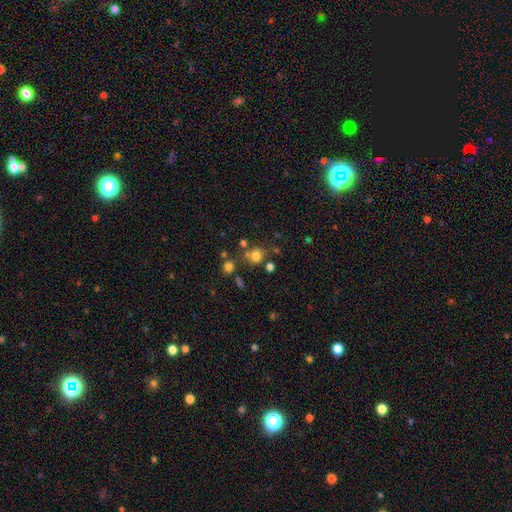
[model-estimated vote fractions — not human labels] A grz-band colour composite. It shows a smooth galaxy with no disk features (72%) that is round (77%). Merging: none (65%).